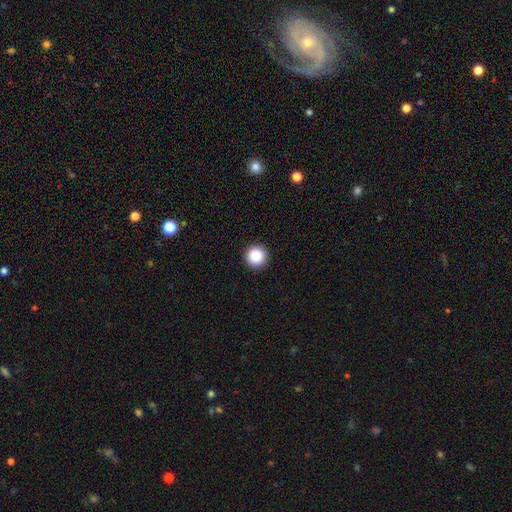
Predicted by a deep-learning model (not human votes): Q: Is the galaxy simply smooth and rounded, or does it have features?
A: smooth — 88%.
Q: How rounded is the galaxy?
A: round — 97%.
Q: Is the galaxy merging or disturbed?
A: none — 93%.